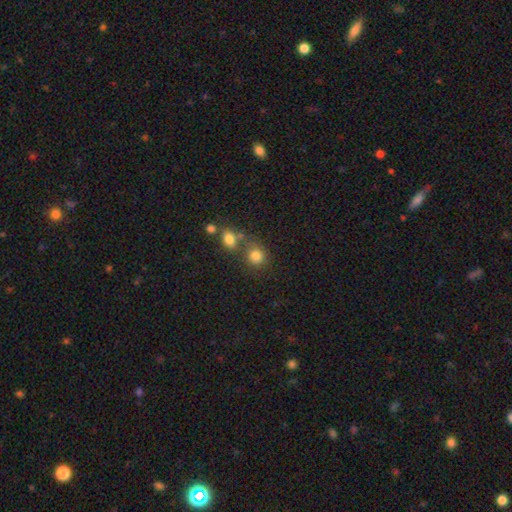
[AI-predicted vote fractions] Smooth or featured?
  - smooth: 80% *
  - star or artifact: 12%
  - featured or disk: 8%
How rounded?
  - round: 79% *
  - in between: 20%
  - cigar-shaped: 1%
Merging?
  - none: 54% *
  - merger: 28%
  - minor disturbance: 11%
  - major disturbance: 6%